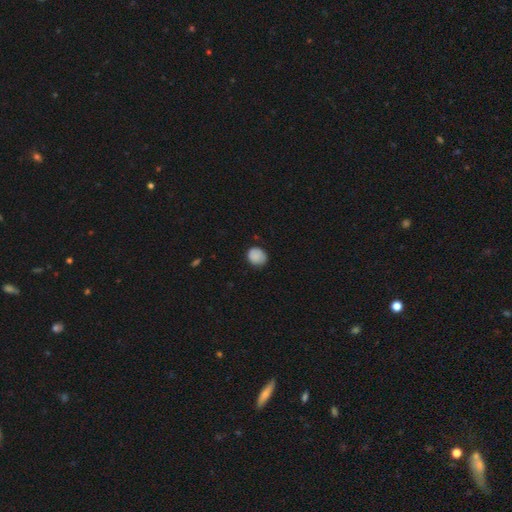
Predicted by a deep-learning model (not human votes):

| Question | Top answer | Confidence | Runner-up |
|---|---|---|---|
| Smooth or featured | smooth | 86% | star or artifact (8%) |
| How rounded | round | 71% | in between (28%) |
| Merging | none | 77% | minor disturbance (19%) |